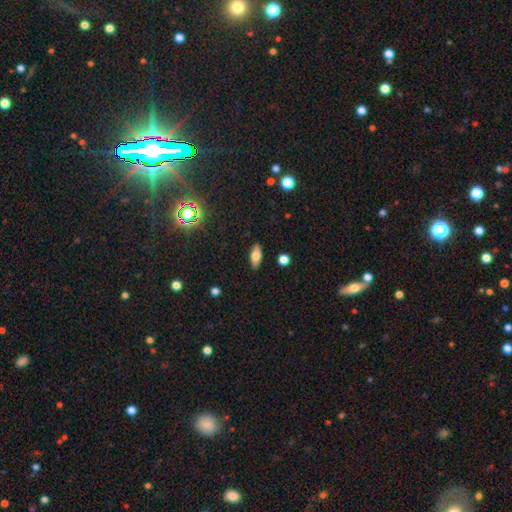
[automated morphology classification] smooth 72%, featured or disk 18%, star or artifact 10%. Down the decision tree: how rounded — in between (80%); merging — none (88%).